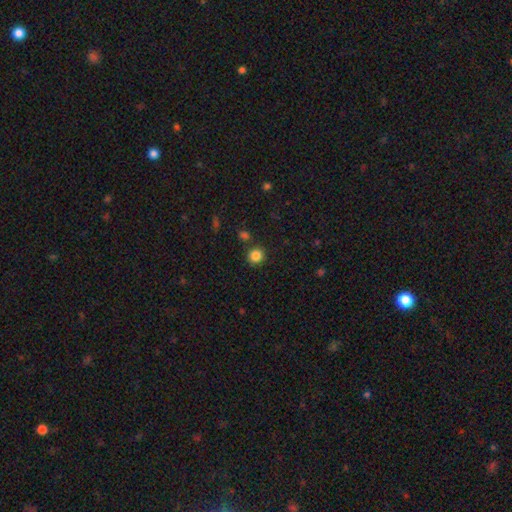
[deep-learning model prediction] This appears to be a smooth galaxy with no disk features (85%) that is round (92%). Merging: none (87%).